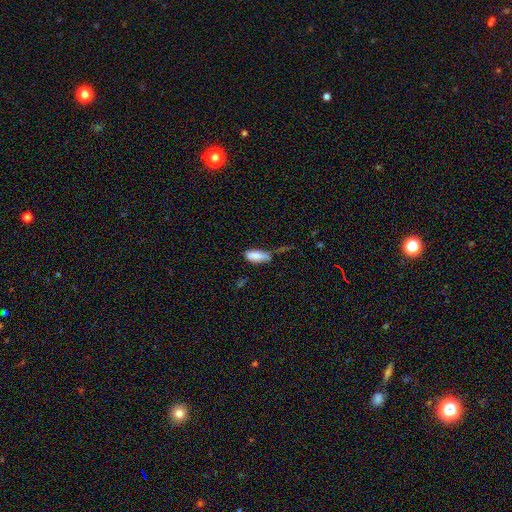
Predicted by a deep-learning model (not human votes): Smooth or featured? Predicted: smooth (p=0.84). How rounded? Predicted: in between (p=0.77). Merging? Predicted: minor disturbance (p=0.37, tied with none).